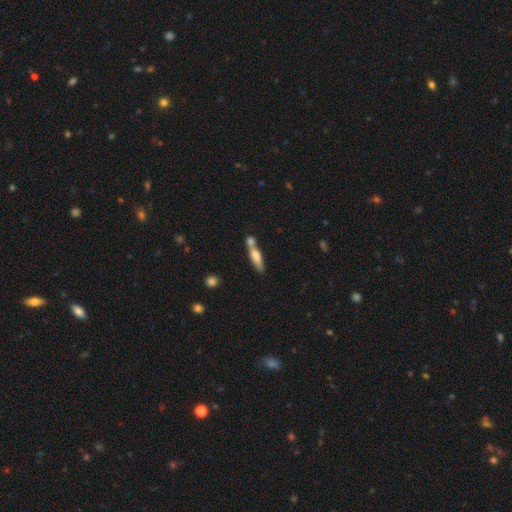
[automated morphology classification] A smooth galaxy with no disk features (71%) that is cigar-shaped (65%).

Vote fractions:
- Smooth or featured? smooth: 71% / featured or disk: 22% / star or artifact: 7%
- How rounded? cigar-shaped: 65% / in between: 32% / round: 3%
- Merging? merger: 47% / none: 36% / minor disturbance: 12% / major disturbance: 5%